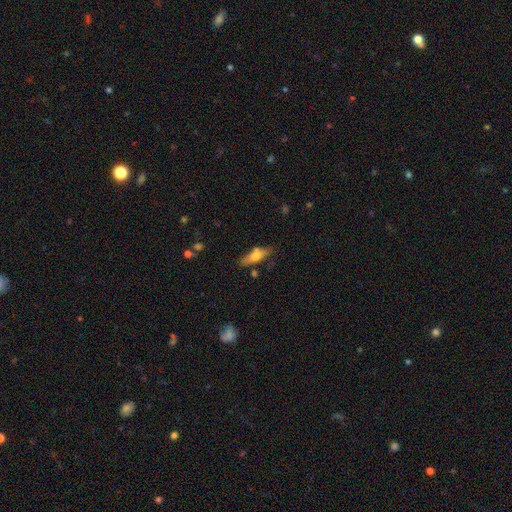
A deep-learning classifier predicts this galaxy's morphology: Overall: smooth (59%; featured or disk 34%). How rounded: in between (51%; cigar-shaped 46%). Merging: none (67%).